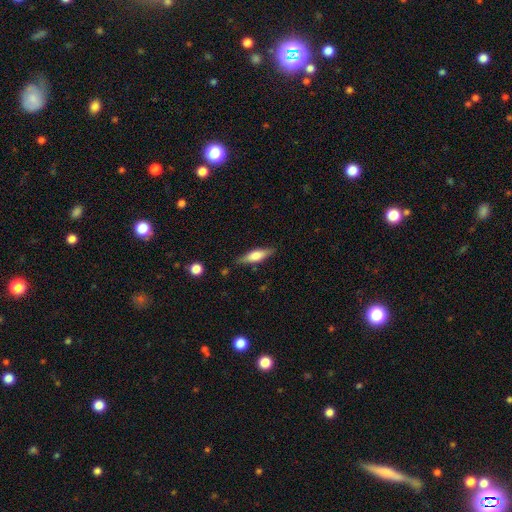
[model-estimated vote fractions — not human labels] Smooth or featured?
  - smooth: 59% *
  - featured or disk: 35%
  - star or artifact: 6%
How rounded?
  - cigar-shaped: 56% *
  - in between: 42%
  - round: 2%
Merging?
  - none: 82% *
  - minor disturbance: 13%
  - major disturbance: 3%
  - merger: 2%